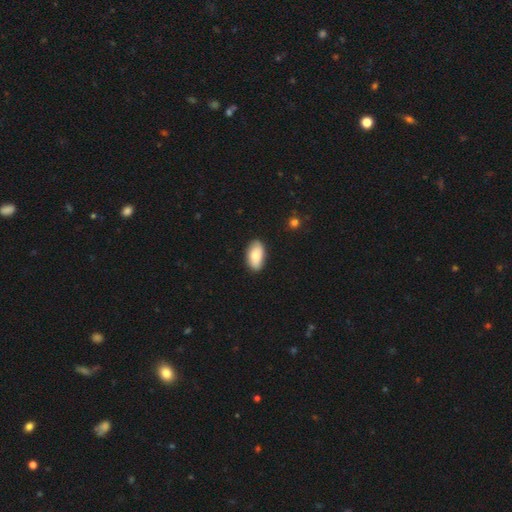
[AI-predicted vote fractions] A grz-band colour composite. It shows a smooth galaxy with no disk features (81%) that is in between round and cigar-shaped (94%). Merging: none (85%).